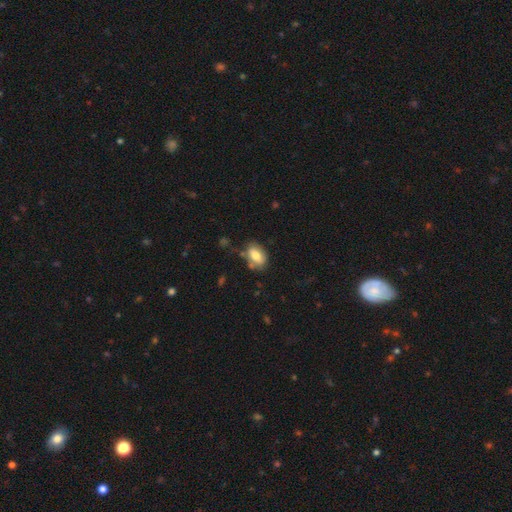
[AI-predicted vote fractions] smooth 76%, featured or disk 17%, star or artifact 8%. Down the decision tree: how rounded — in between (88%); merging — none (66%).